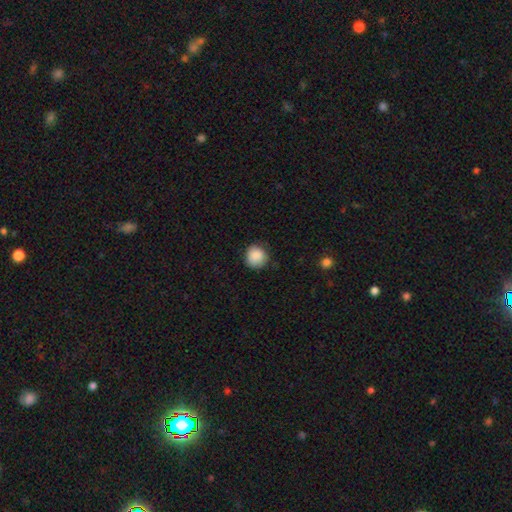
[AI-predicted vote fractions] Smooth or featured: smooth — 88% (star or artifact — 8%)
How rounded: round — 89% (in between — 10%)
Merging: none — 80% (minor disturbance — 16%)